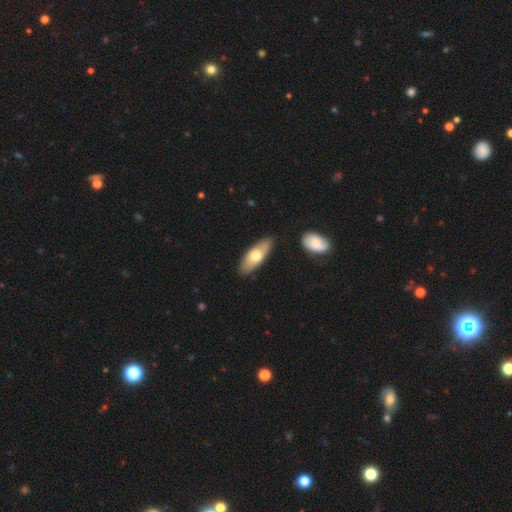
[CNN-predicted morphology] This is likely a smooth galaxy (65%). How rounded: likely in between (69%). Merging: clearly none (84%).